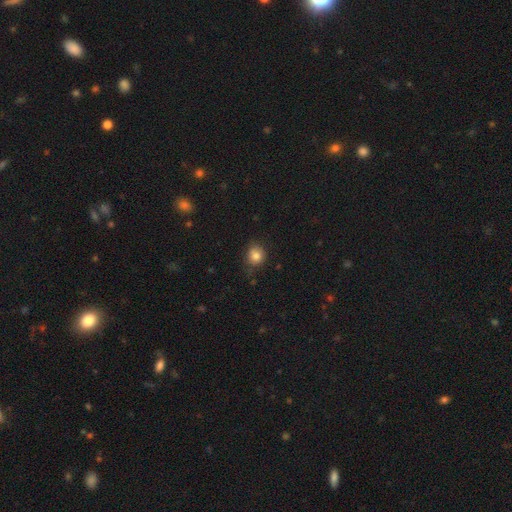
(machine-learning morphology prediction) A smooth galaxy with no disk features (83%) that is round (79%). Merging: none (77%).